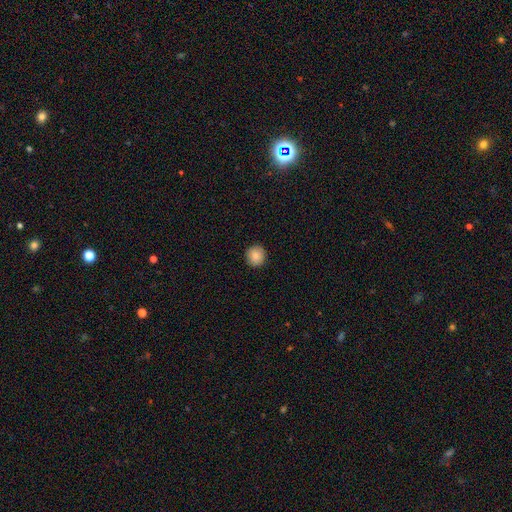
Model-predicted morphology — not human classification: A smooth galaxy with no disk features (85%) that is round (94%).

Vote fractions:
- Smooth or featured? smooth: 85% / star or artifact: 8% / featured or disk: 6%
- How rounded? round: 94% / in between: 5% / cigar-shaped: 1%
- Merging? none: 92% / minor disturbance: 5% / major disturbance: 1% / merger: 1%